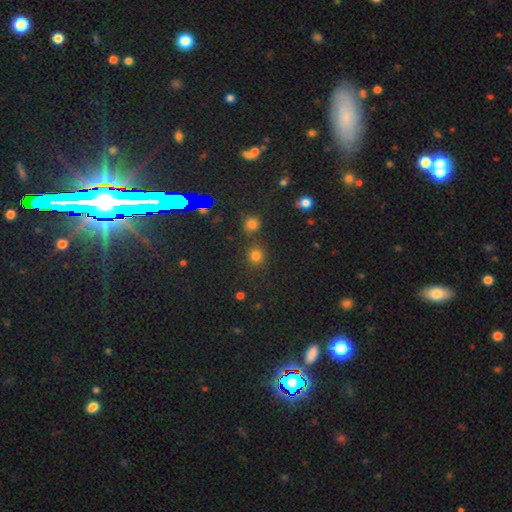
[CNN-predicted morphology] This appears to be a smooth galaxy with no disk features (71%) that is round (87%). Merging: none (78%).